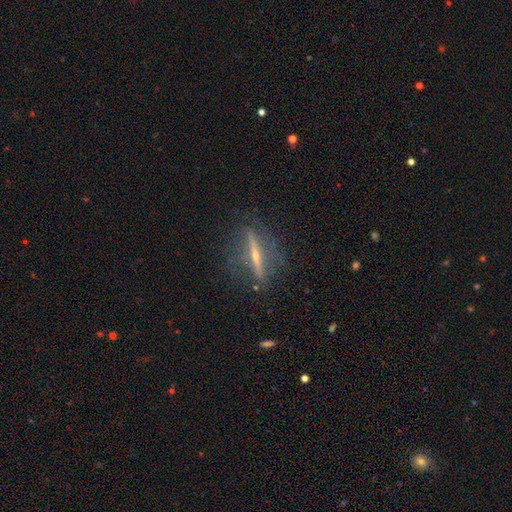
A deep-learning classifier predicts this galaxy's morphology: Smooth or featured? featured or disk (81%)
Edge-on disk? yes (92%)
Edge-on bulge? rounded (85%)
Merging? none (81%)